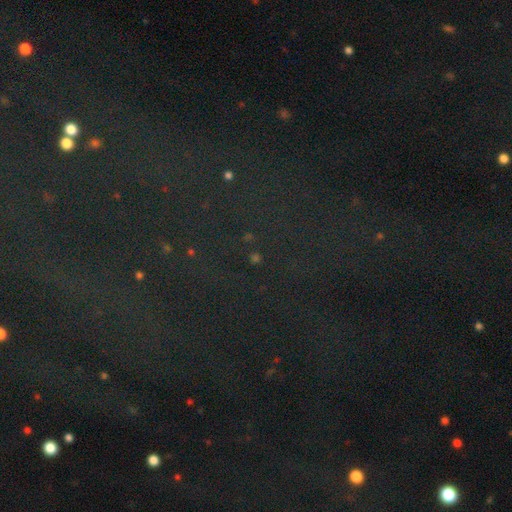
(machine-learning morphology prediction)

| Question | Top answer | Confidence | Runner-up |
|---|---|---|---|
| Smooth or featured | star or artifact | 79% | smooth (12%) |